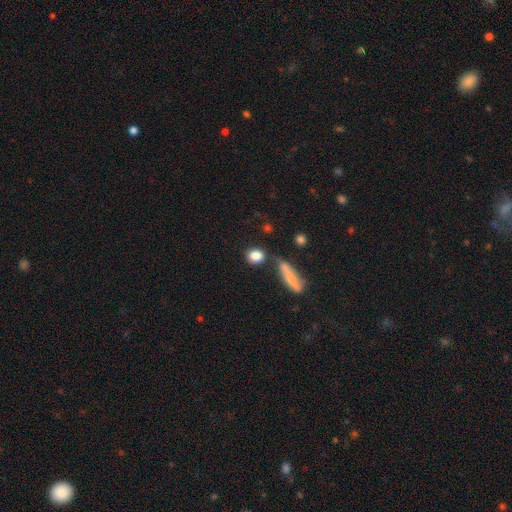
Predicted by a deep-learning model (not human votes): The model was most divided on "how rounded": round: 49%, in between: 44%, cigar-shaped: 7%. More confident: smooth or featured — smooth (84%); merging — none (66%).